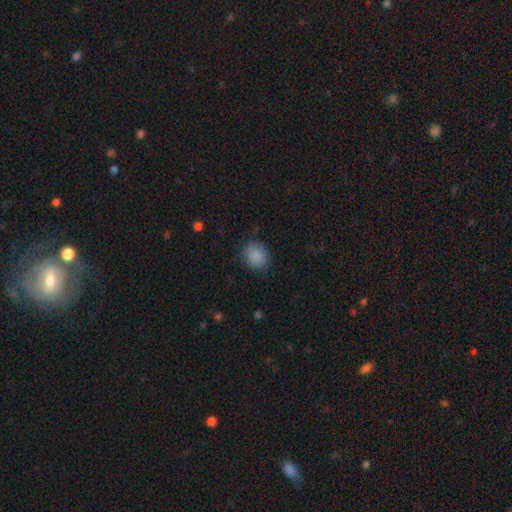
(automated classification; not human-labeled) smooth 87%, star or artifact 9%, featured or disk 4%. Down the decision tree: how rounded — round (63%); merging — none (83%).